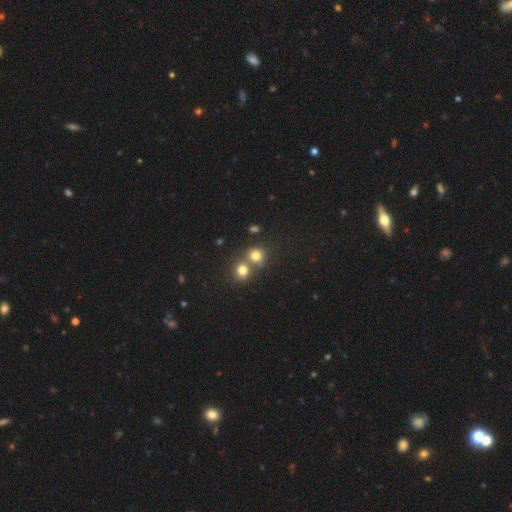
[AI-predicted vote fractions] This appears to be a smooth galaxy with no disk features (76%) that is round (86%). Merging: none (50%).